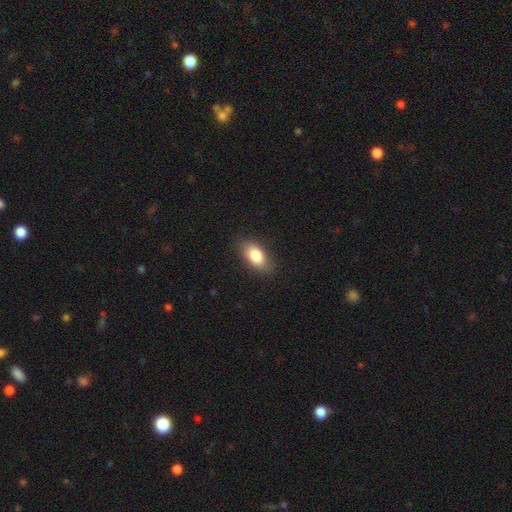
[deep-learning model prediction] Overall: smooth (82%). How rounded: in between (88%). Merging: none (82%).